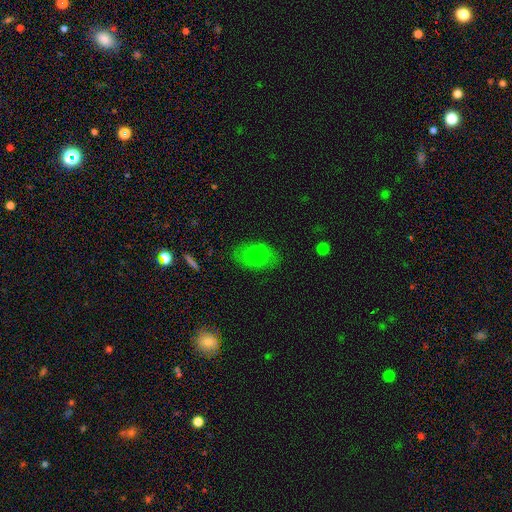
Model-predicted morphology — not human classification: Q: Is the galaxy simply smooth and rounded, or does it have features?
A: smooth — 75%.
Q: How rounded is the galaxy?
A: in between — 83%.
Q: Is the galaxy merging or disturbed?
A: none — 70%.